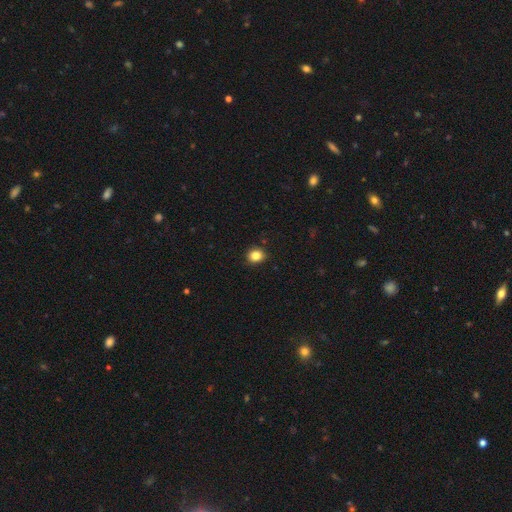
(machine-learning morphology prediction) type=smooth (84%); roundness=round (76%); merging=none (89%).